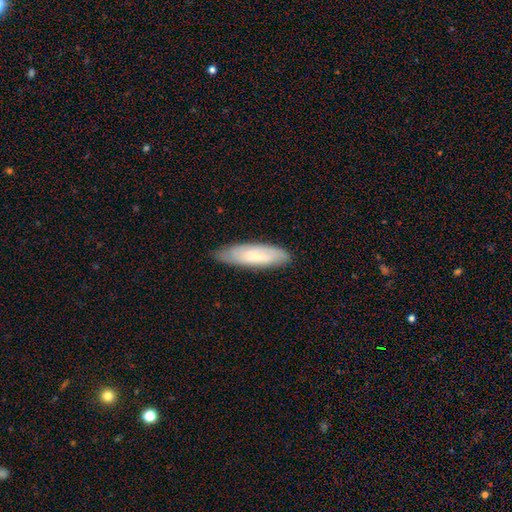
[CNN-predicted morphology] smooth 62%, featured or disk 31%, star or artifact 6%. Down the decision tree: how rounded — cigar-shaped (56%); merging — none (79%).